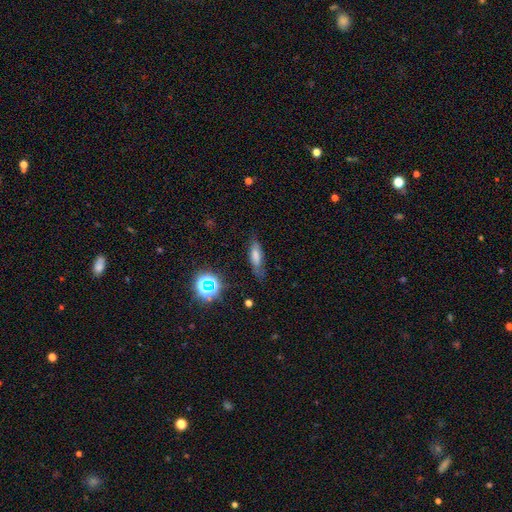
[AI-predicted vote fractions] smooth_or_featured: smooth (p=0.65) [alt: featured or disk p=0.20]
how_rounded: in between (p=0.50) [alt: cigar-shaped p=0.45]
merging: none (p=0.67) [alt: minor disturbance p=0.23]